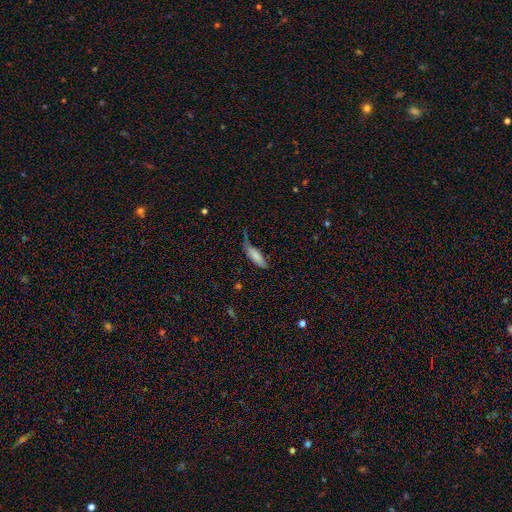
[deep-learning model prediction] A smooth galaxy with no disk features (80%) that is in between round and cigar-shaped (53%). Merging: minor disturbance (37%).